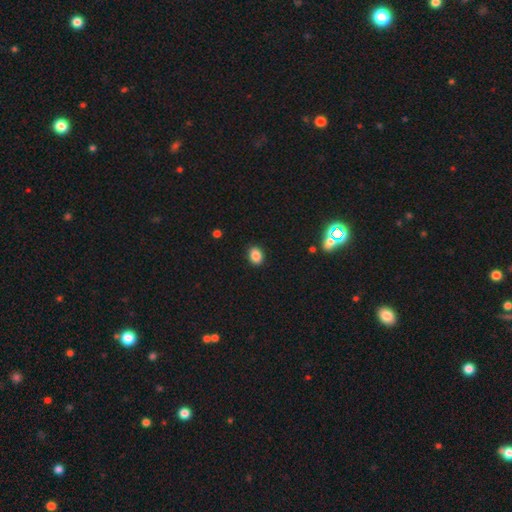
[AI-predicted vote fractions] smooth_or_featured: smooth (p=0.86) [alt: star or artifact p=0.10]
how_rounded: in between (p=0.64) [alt: round p=0.35]
merging: none (p=0.89) [alt: minor disturbance p=0.08]